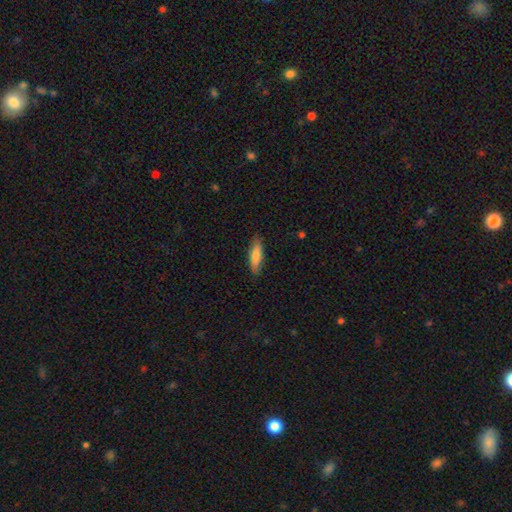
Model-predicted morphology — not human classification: Smooth or featured: smooth — 75% (featured or disk — 20%)
How rounded: cigar-shaped — 54% (in between — 44%)
Merging: none — 85% (minor disturbance — 12%)